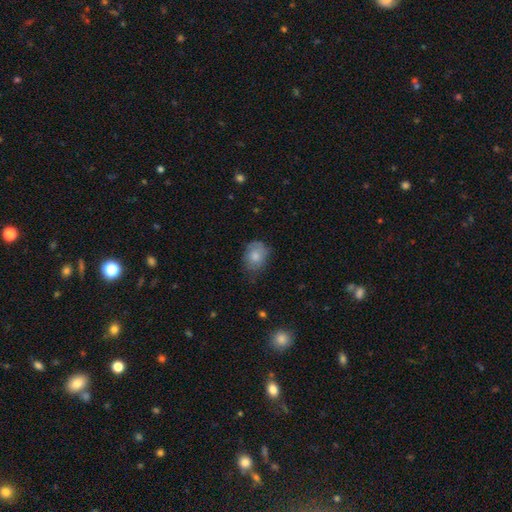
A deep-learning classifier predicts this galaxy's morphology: smooth 76%, featured or disk 17%, star or artifact 8%. Down the decision tree: how rounded — in between (59%); merging — none (55%).